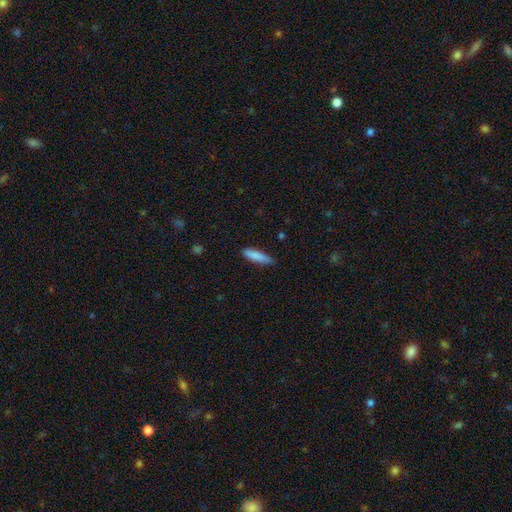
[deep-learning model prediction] This appears to be a smooth galaxy with no disk features (86%) that is cigar-shaped (71%). Merging: none (82%).